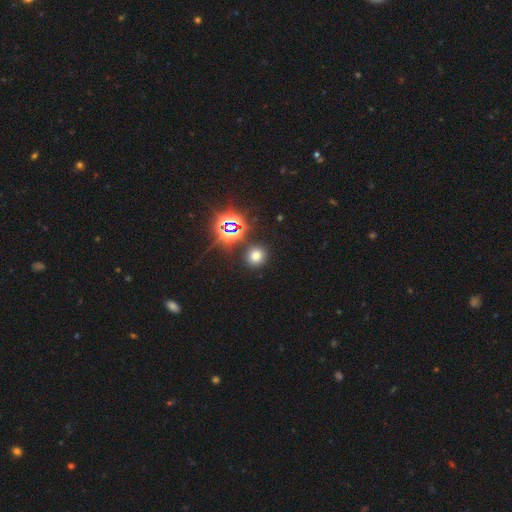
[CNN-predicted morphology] This is likely a smooth galaxy (65%). How rounded: clearly round (85%). Merging: clearly none (87%).